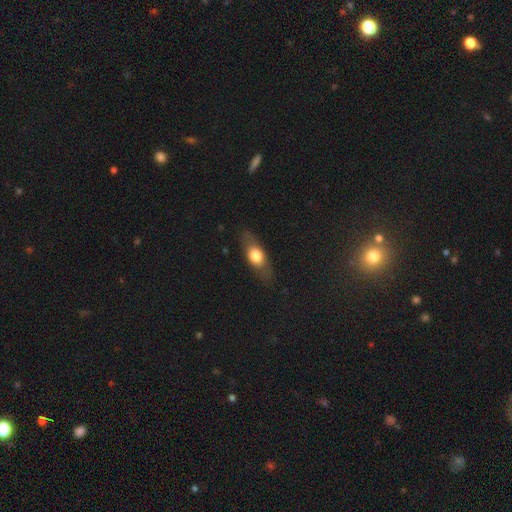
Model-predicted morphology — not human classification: Smooth or featured: smooth — 62% (featured or disk — 31%)
How rounded: in between — 68% (cigar-shaped — 21%)
Merging: none — 79% (minor disturbance — 14%)